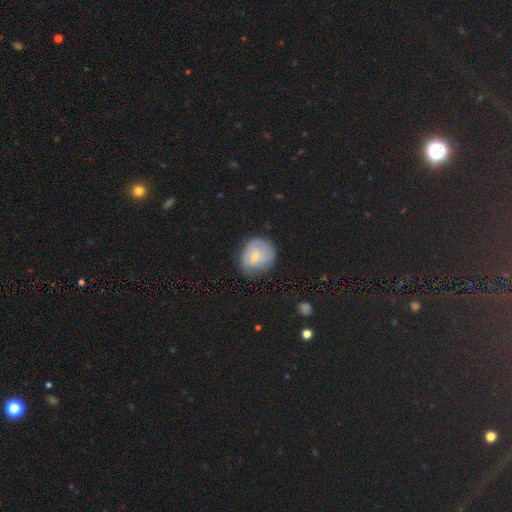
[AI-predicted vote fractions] Smooth or featured? smooth (57%)
How rounded? round (76%)
Merging? none (60%)